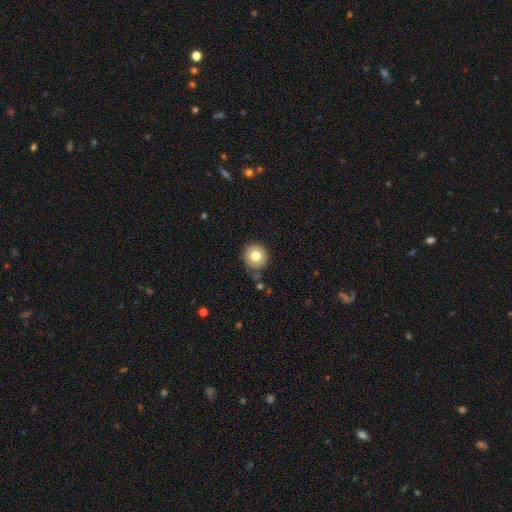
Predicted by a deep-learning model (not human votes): Smooth or featured? Predicted: smooth (p=0.79). How rounded? Predicted: round (p=0.93). Merging? Predicted: none (p=0.78).